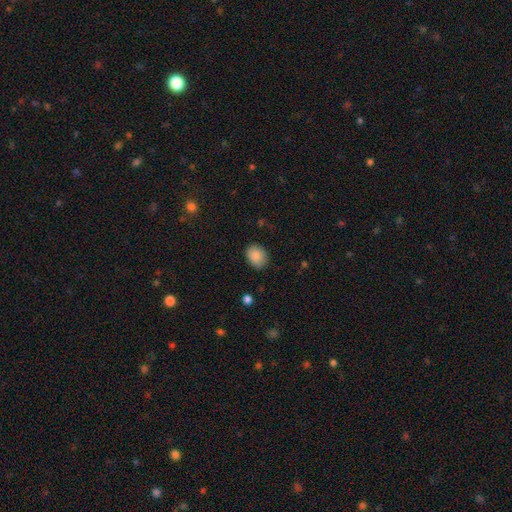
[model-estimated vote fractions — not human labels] Overall: smooth (88%). How rounded: in between (60%; round 39%). Merging: none (81%).